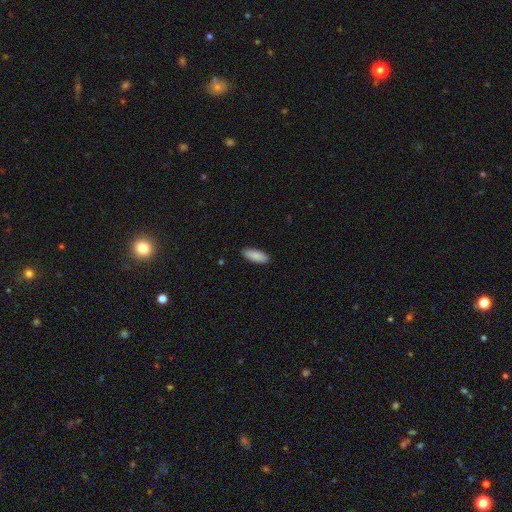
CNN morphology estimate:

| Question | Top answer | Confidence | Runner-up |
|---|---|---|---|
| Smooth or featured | smooth | 89% | star or artifact (6%) |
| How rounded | in between | 74% | cigar-shaped (25%) |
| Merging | none | 90% | minor disturbance (7%) |